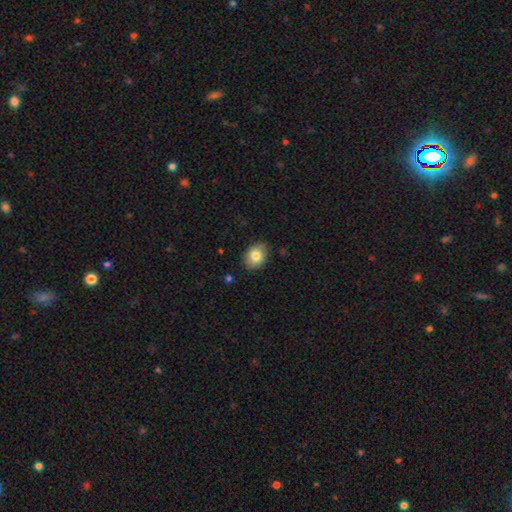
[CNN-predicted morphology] A smooth galaxy with no disk features (82%) that is in between round and cigar-shaped (64%). Merging: none (84%).